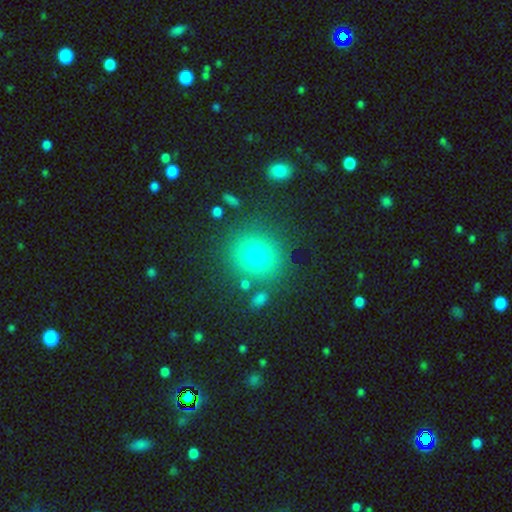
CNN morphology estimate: Smooth or featured?
  - smooth: 74% *
  - star or artifact: 16%
  - featured or disk: 10%
How rounded?
  - round: 88% *
  - in between: 11%
  - cigar-shaped: 1%
Merging?
  - none: 82% *
  - minor disturbance: 9%
  - merger: 5%
  - major disturbance: 4%